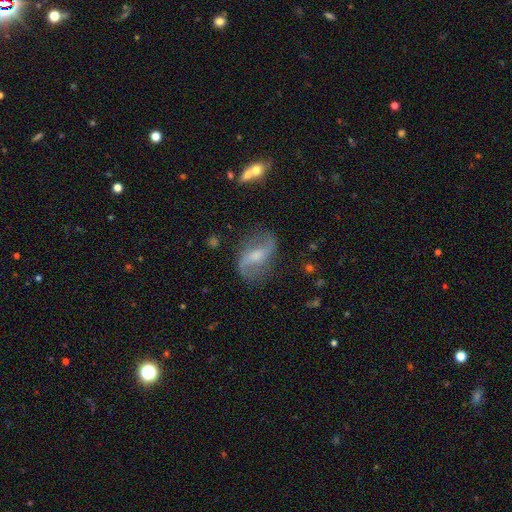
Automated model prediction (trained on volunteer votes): Morphology: type=featured or disk (84%); edge-on=no (96%); bar=weak (46%); spiral arms=yes (94%); winding=loose (78%); arm count=2 (92%); bulge=moderate (42%); merging=none (76%).